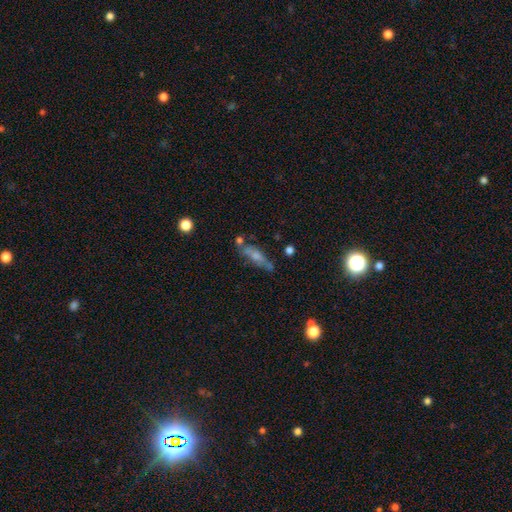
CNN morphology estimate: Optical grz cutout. It shows a smooth galaxy with no disk features (49%). Merging: none (56%).